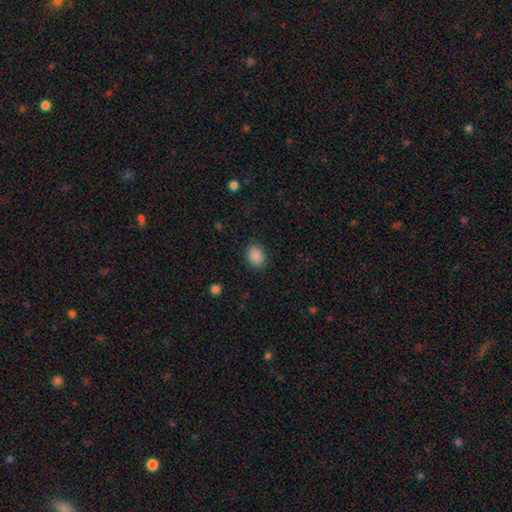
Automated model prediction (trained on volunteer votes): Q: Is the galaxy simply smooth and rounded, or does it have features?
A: smooth — 88%.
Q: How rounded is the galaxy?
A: in between — 59%.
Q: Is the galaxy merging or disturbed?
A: none — 86%.